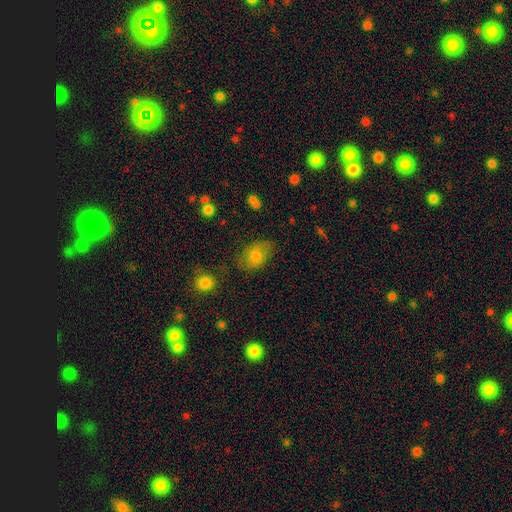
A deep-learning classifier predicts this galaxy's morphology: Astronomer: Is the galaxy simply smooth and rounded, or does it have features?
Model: smooth — 75%.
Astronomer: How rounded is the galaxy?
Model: in between — 78%.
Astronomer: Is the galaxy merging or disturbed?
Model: none — 69%.